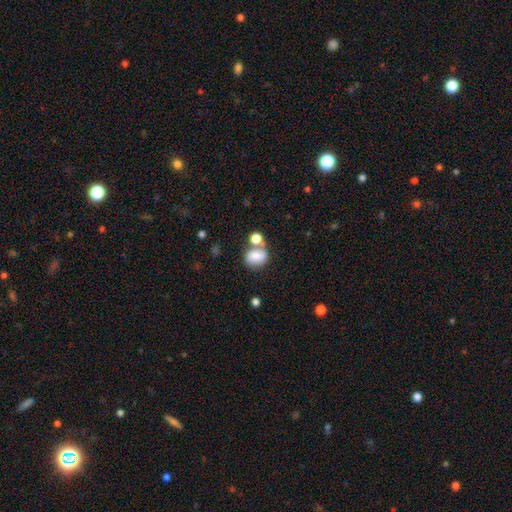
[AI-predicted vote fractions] Overall: smooth (69%). How rounded: round (64%; in between 35%). Merging: none (47%; merger 35%).